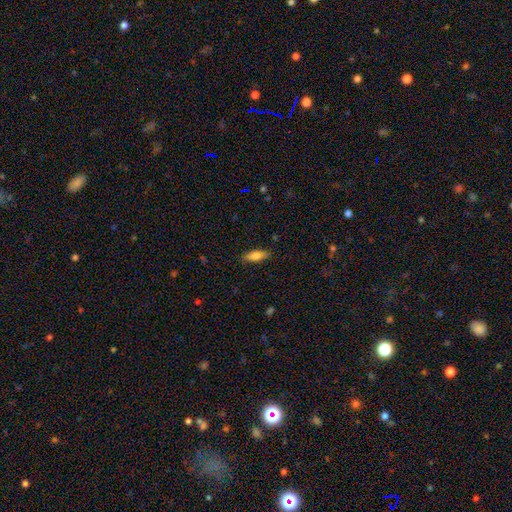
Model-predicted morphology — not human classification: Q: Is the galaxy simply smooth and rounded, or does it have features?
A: smooth — 76%.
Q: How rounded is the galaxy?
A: in between — 61%.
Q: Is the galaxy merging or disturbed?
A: none — 86%.